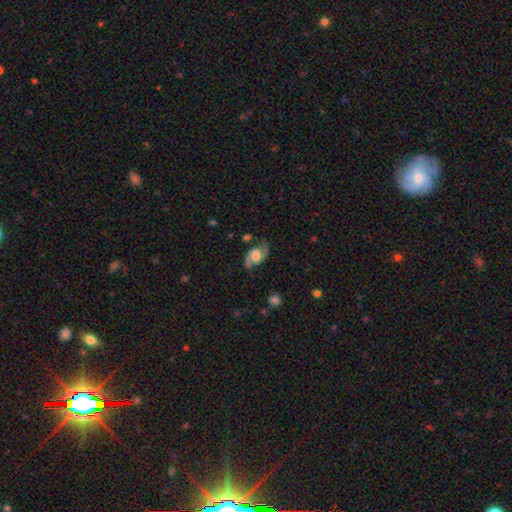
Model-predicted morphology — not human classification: smooth_or_featured: featured or disk (p=0.71) [alt: smooth p=0.22]
disk_edge_on: no (p=0.95) [alt: yes p=0.05]
bar: no (p=0.66) [alt: weak p=0.28]
has_spiral_arms: yes (p=0.90) [alt: no p=0.10]
spiral_winding: medium (p=0.44) [alt: loose p=0.41]
spiral_arm_count: 2 (p=0.89) [alt: can't tell p=0.05]
bulge_size: moderate (p=0.46) [alt: large p=0.30]
merging: none (p=0.69) [alt: minor disturbance p=0.20]